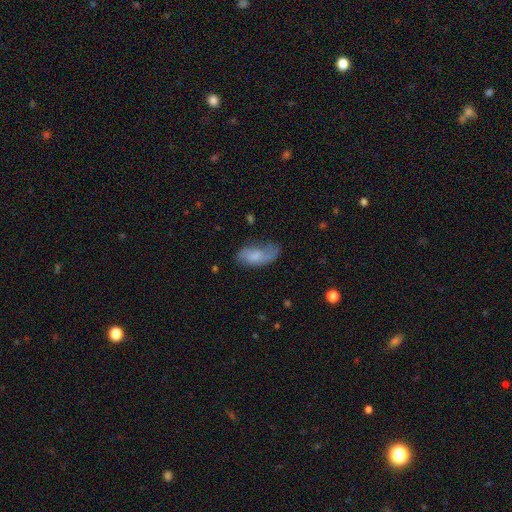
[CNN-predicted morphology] A smooth galaxy with no disk features (62%) that is in between round and cigar-shaped (89%).

Vote fractions:
- Smooth or featured? smooth: 62% / featured or disk: 31% / star or artifact: 8%
- How rounded? in between: 89% / cigar-shaped: 8% / round: 3%
- Merging? none: 44% / minor disturbance: 32% / major disturbance: 21% / merger: 3%